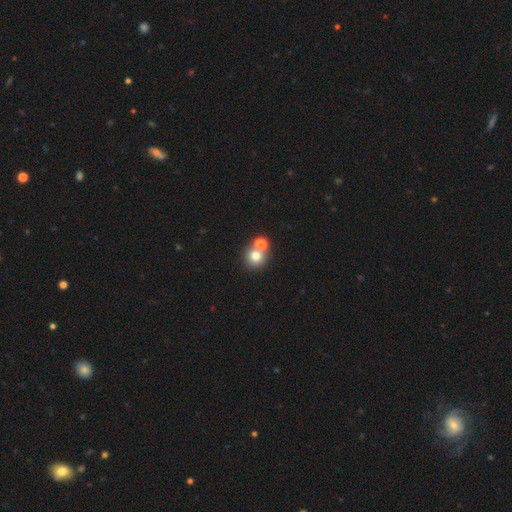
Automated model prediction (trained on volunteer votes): A smooth galaxy with no disk features (75%) that is round (88%).

Vote fractions:
- Smooth or featured? smooth: 75% / star or artifact: 14% / featured or disk: 11%
- How rounded? round: 88% / in between: 11% / cigar-shaped: 1%
- Merging? none: 54% / merger: 37% / minor disturbance: 6% / major disturbance: 3%